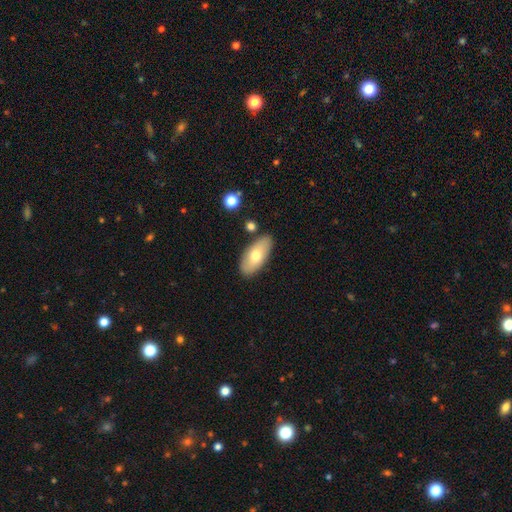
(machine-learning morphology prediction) Smooth or featured?
  - smooth: 67% *
  - featured or disk: 27%
  - star or artifact: 6%
How rounded?
  - in between: 89% *
  - cigar-shaped: 8%
  - round: 3%
Merging?
  - none: 84% *
  - minor disturbance: 10%
  - merger: 4%
  - major disturbance: 2%